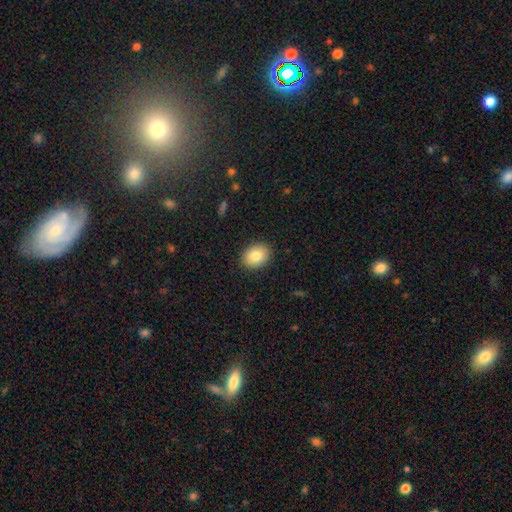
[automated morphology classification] Smooth or featured? Predicted: smooth (p=0.83). How rounded? Predicted: in between (p=0.56). Merging? Predicted: none (p=0.90).